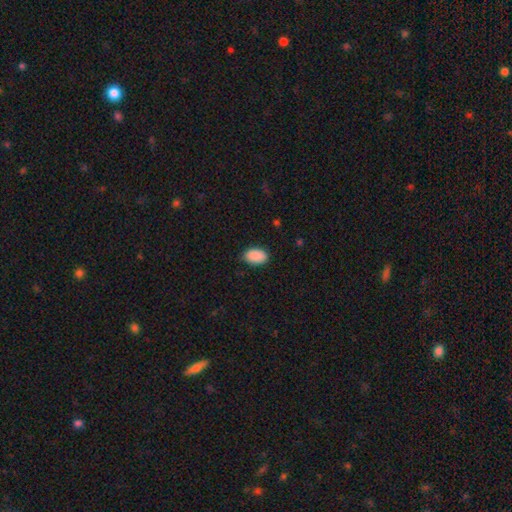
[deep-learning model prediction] smooth_or_featured: smooth (p=0.91) [alt: star or artifact p=0.07]
how_rounded: in between (p=0.91) [alt: round p=0.08]
merging: none (p=0.84) [alt: minor disturbance p=0.13]